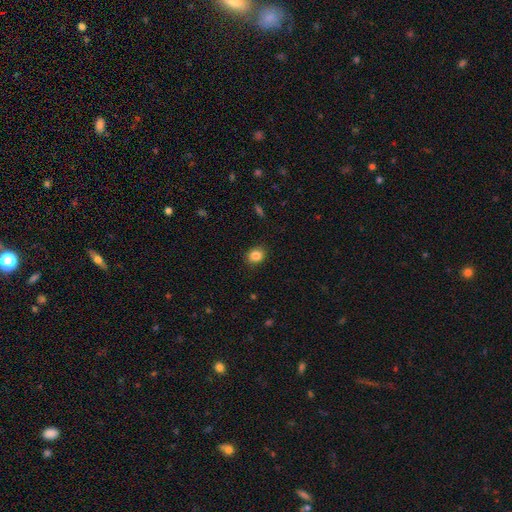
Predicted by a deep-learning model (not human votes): A smooth galaxy with no disk features (85%) that is round (58%).

Vote fractions:
- Smooth or featured? smooth: 85% / star or artifact: 10% / featured or disk: 5%
- How rounded? round: 58% / in between: 41% / cigar-shaped: 1%
- Merging? none: 88% / minor disturbance: 9% / major disturbance: 2% / merger: 1%